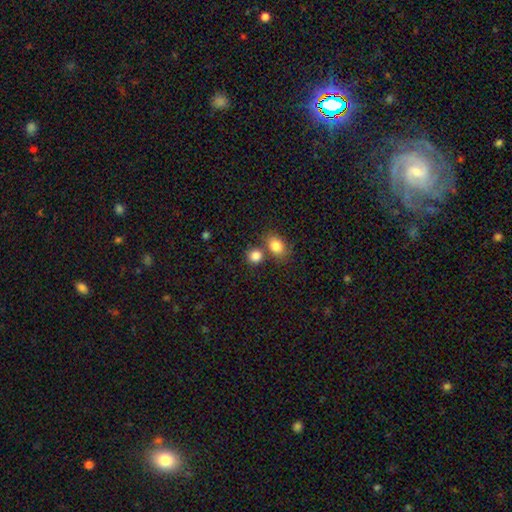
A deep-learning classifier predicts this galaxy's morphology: type=smooth (84%); roundness=round (75%); merging=none (60%).